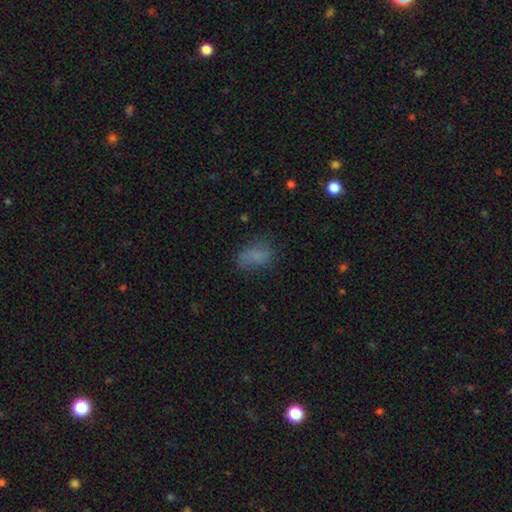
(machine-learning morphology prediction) smooth_or_featured: smooth (p=0.73) [alt: star or artifact p=0.14]
how_rounded: in between (p=0.87) [alt: round p=0.10]
merging: none (p=0.60) [alt: minor disturbance p=0.24]